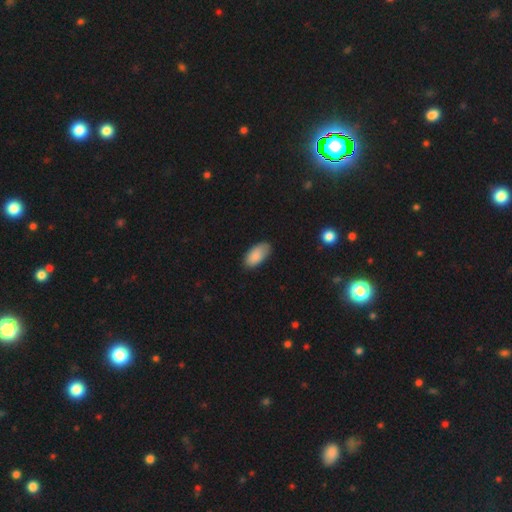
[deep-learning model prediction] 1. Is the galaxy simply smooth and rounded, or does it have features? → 88% smooth, 6% star or artifact, 5% featured or disk.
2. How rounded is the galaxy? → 94% in between, 4% cigar-shaped, 2% round.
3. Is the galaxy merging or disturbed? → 79% none, 17% minor disturbance, 3% major disturbance, 1% merger.